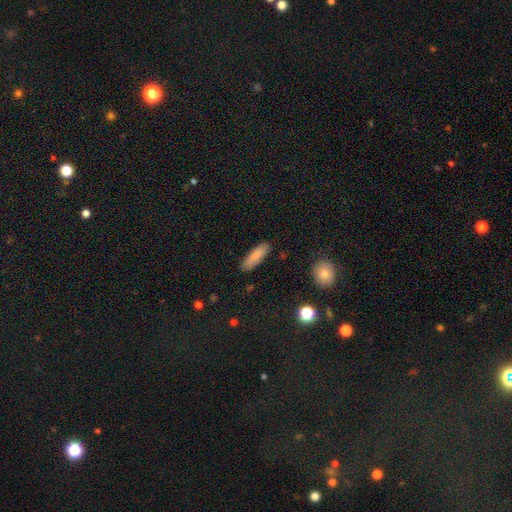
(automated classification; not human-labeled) This is clearly a smooth galaxy (84%). How rounded: possibly cigar-shaped (55%). Merging: clearly none (86%).